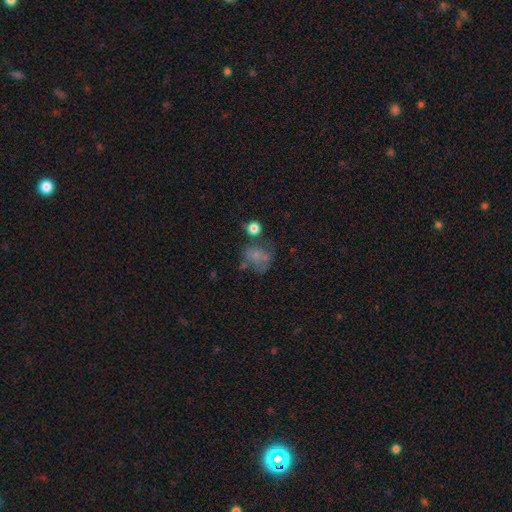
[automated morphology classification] The model was most divided on "smooth or featured": smooth: 35%, featured or disk: 34%, star or artifact: 31%. More confident: merging — none (57%).